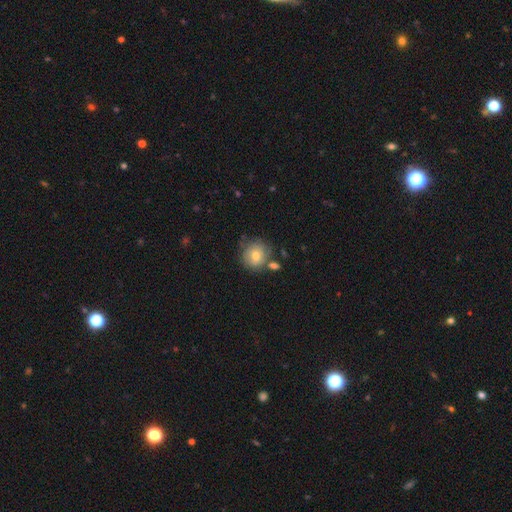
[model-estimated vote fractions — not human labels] Smooth or featured?
  - smooth: 71% *
  - featured or disk: 20%
  - star or artifact: 9%
How rounded?
  - round: 86% *
  - in between: 13%
  - cigar-shaped: 1%
Merging?
  - none: 66% *
  - minor disturbance: 16%
  - merger: 13%
  - major disturbance: 5%